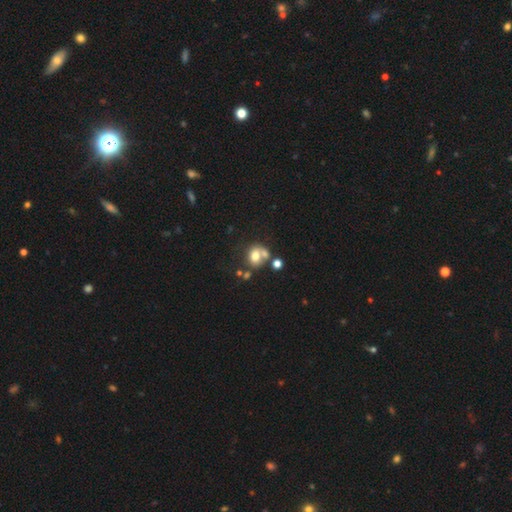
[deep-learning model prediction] Smooth or featured?
  - smooth: 69% *
  - featured or disk: 19%
  - star or artifact: 12%
How rounded?
  - round: 60% *
  - in between: 39%
  - cigar-shaped: 1%
Merging?
  - none: 40% * (tied)
  - merger: 40% * (tied)
  - minor disturbance: 13%
  - major disturbance: 8%